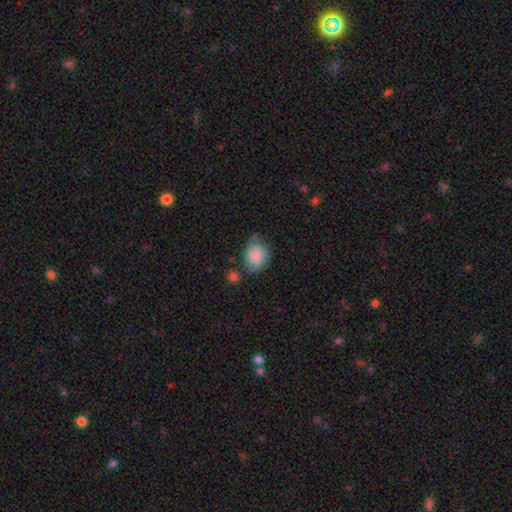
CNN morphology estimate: Q: Smooth or featured?
A: smooth (76%); runner-up: featured or disk (16%)
Q: How rounded?
A: round (54%); runner-up: in between (45%)
Q: Merging?
A: none (47%); runner-up: minor disturbance (33%)